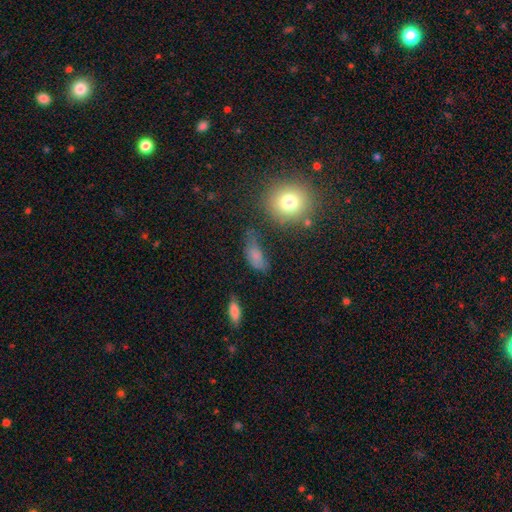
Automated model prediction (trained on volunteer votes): A smooth galaxy with no disk features (70%) that is in between round and cigar-shaped (78%). Merging: none (41%).